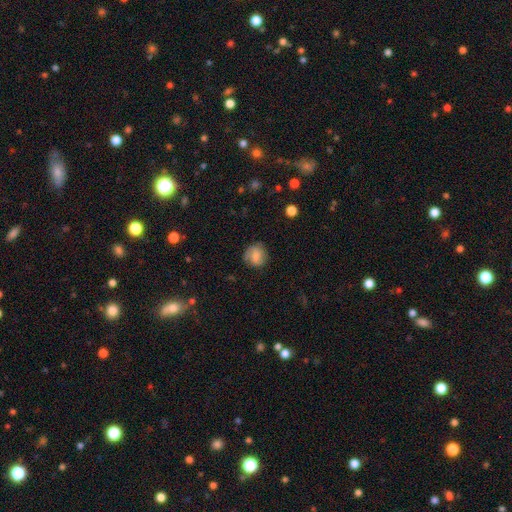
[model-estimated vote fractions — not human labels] A smooth galaxy with no disk features (64%) that is round (83%). Merging: none (75%).